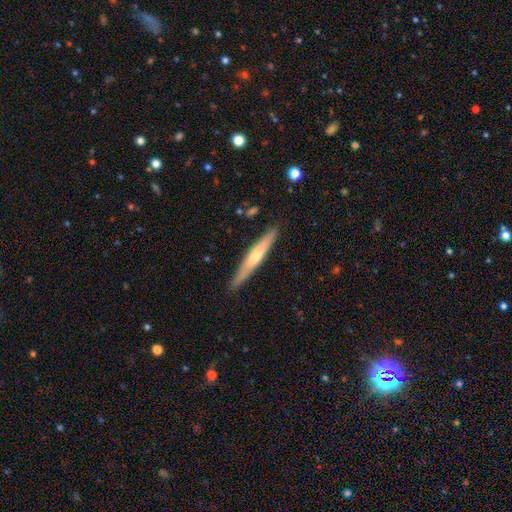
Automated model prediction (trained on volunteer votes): smooth_or_featured: smooth (p=0.48) [alt: featured or disk p=0.46]
merging: none (p=0.88) [alt: minor disturbance p=0.09]